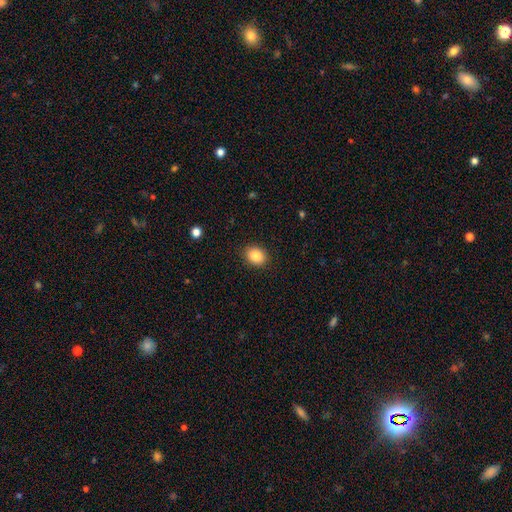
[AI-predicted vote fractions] Smooth or featured? Predicted: smooth (p=0.87). How rounded? Predicted: in between (p=0.53). Merging? Predicted: none (p=0.90).